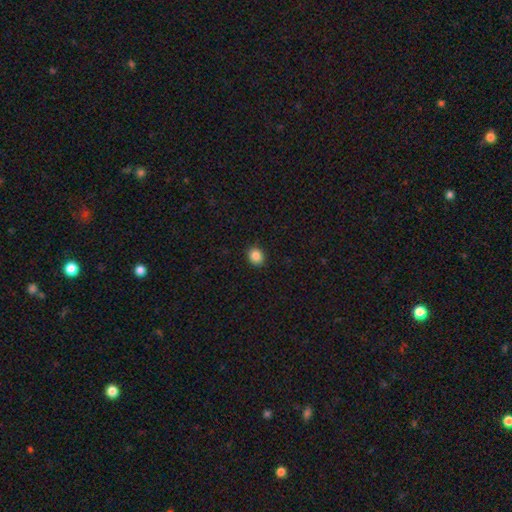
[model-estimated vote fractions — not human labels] Smooth or featured?
  - smooth: 87% *
  - star or artifact: 10%
  - featured or disk: 3%
How rounded?
  - round: 67% *
  - in between: 32%
  - cigar-shaped: 1%
Merging?
  - none: 90% *
  - minor disturbance: 7%
  - major disturbance: 2%
  - merger: 1%